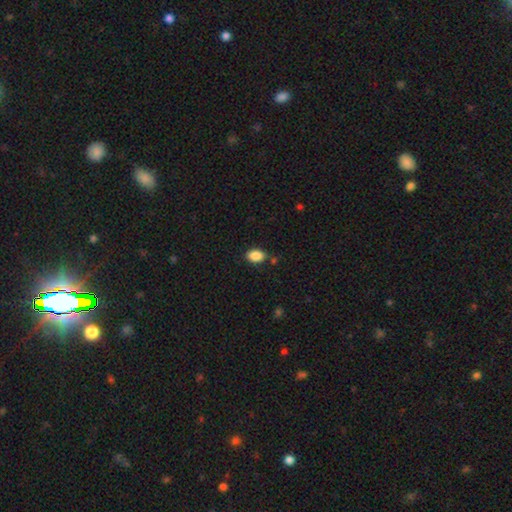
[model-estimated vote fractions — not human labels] smooth_or_featured: smooth (p=0.88) [alt: star or artifact p=0.08]
how_rounded: in between (p=0.86) [alt: round p=0.12]
merging: none (p=0.81) [alt: minor disturbance p=0.12]